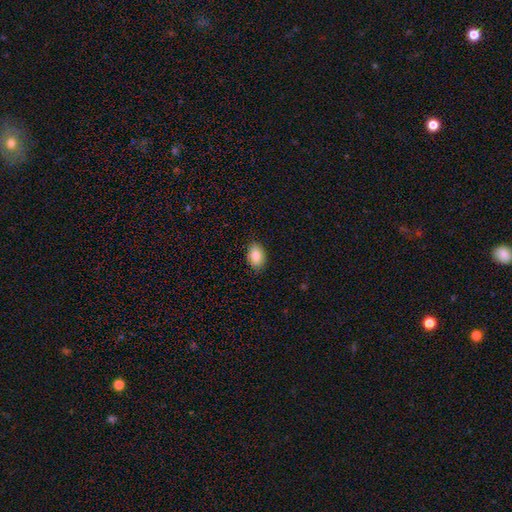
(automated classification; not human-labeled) Overall: smooth (84%). How rounded: in between (86%). Merging: none (85%).